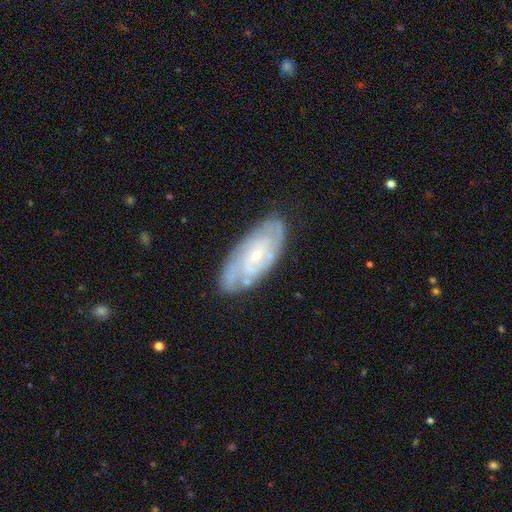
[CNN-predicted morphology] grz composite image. It shows a featured or disk galaxy (79%) with no bar (62%), tight (66%) spiral arms (91%) and a small central bulge (73%). Merging: none (76%).